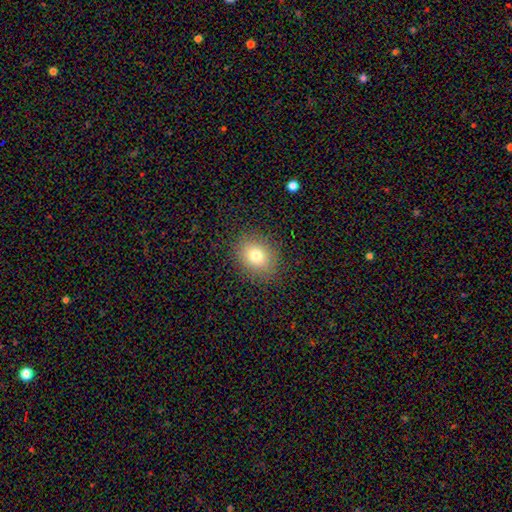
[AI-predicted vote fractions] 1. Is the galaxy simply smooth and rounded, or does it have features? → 77% smooth, 13% star or artifact, 10% featured or disk.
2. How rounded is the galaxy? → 52% round, 47% in between, 1% cigar-shaped.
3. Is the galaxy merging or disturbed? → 87% none, 9% minor disturbance, 3% major disturbance, 1% merger.